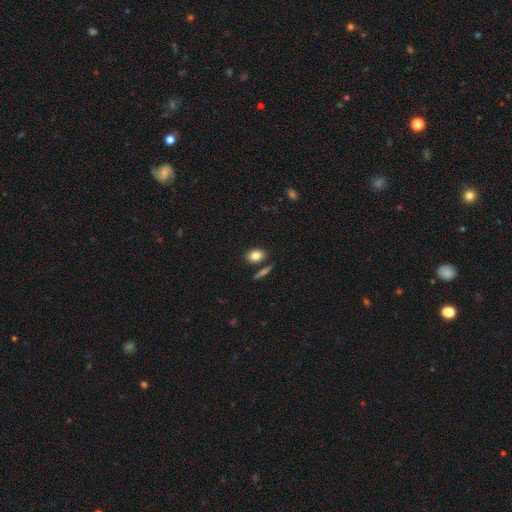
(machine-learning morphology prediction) This appears to be a smooth galaxy with no disk features (83%) that is in between round and cigar-shaped (77%). Merging: none (78%).